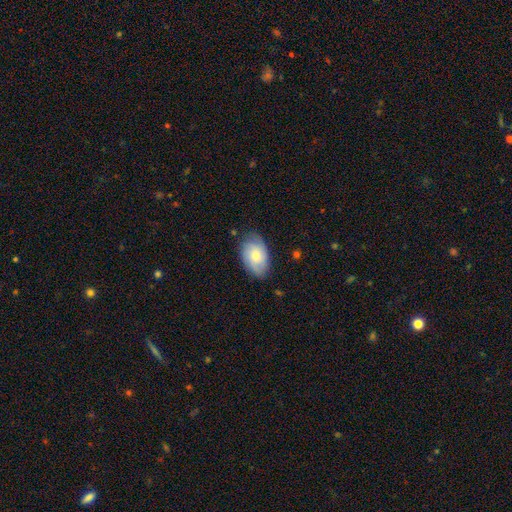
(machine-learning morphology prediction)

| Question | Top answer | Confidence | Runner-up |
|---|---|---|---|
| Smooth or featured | smooth | 57% | featured or disk (36%) |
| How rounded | in between | 89% | round (9%) |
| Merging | none | 75% | minor disturbance (20%) |